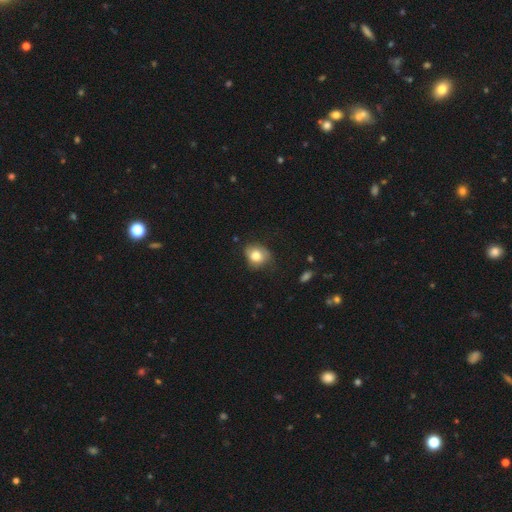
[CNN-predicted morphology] Smooth or featured: smooth — 76% (featured or disk — 14%)
How rounded: round — 58% (in between — 41%)
Merging: none — 61% (minor disturbance — 29%)